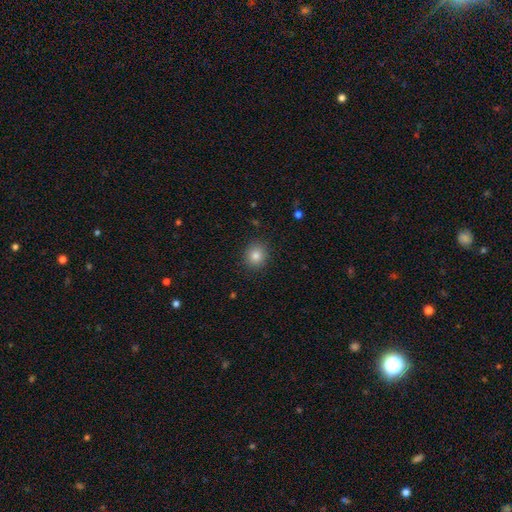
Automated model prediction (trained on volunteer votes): Smooth or featured? Predicted: smooth (p=0.82). How rounded? Predicted: round (p=0.85). Merging? Predicted: none (p=0.90).